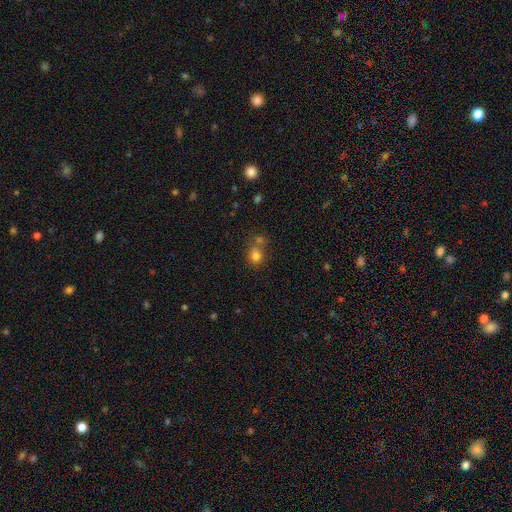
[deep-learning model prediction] smooth 78%, star or artifact 13%, featured or disk 8%. Down the decision tree: how rounded — round (72%); merging — none (48%).